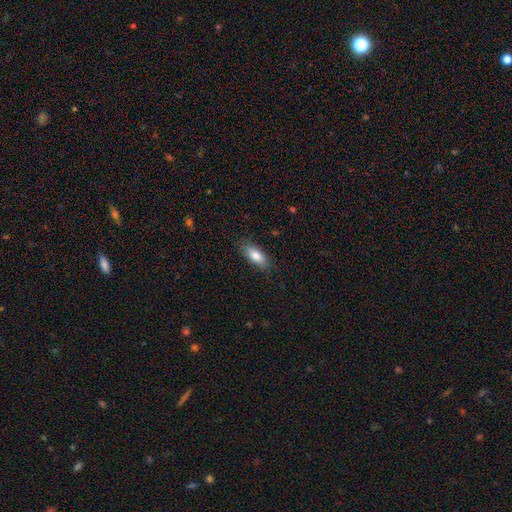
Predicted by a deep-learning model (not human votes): Smooth or featured? smooth (82%)
How rounded? in between (81%)
Merging? none (84%)